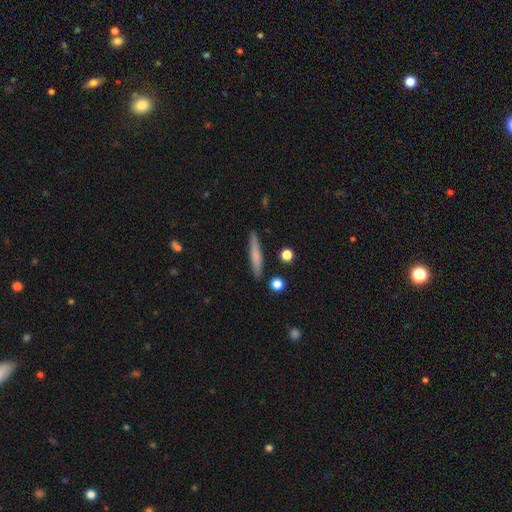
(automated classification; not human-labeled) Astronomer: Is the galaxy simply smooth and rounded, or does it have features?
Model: smooth — 67%.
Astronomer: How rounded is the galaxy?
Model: cigar-shaped — 93%.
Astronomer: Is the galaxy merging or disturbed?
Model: none — 89%.